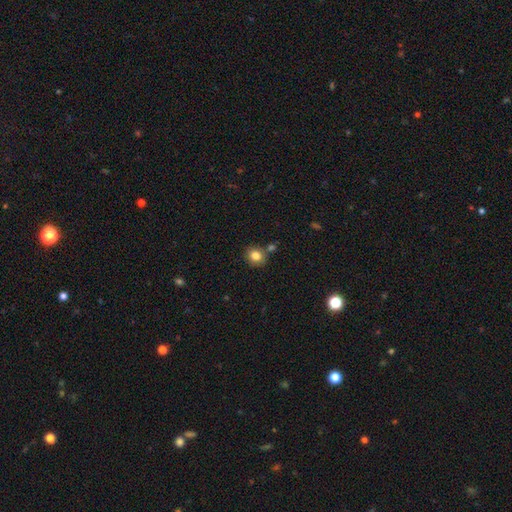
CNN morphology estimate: smooth 82%, star or artifact 11%, featured or disk 7%. Down the decision tree: how rounded — round (71%); merging — none (75%).